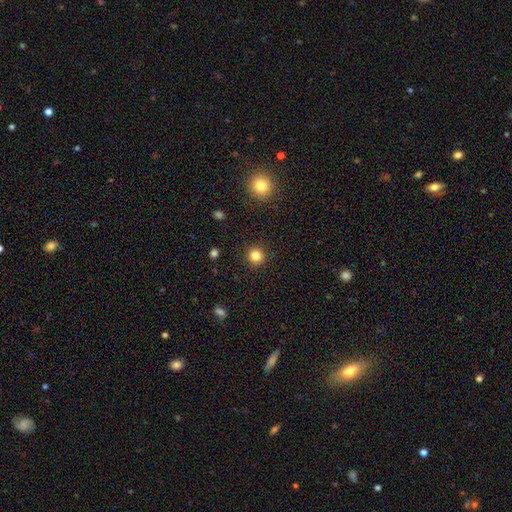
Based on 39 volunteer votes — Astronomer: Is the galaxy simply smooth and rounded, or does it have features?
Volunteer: smooth — 82%.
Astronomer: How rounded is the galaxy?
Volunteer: round — 91%.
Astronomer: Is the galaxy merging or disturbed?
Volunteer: none — 91%.